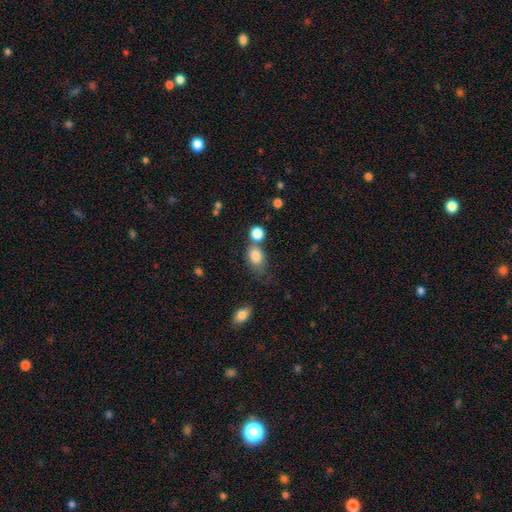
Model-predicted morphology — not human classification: The model was most divided on "merging": none: 47%, merger: 26%, minor disturbance: 20%, major disturbance: 8%. More confident: smooth or featured — smooth (84%); how rounded — in between (78%).